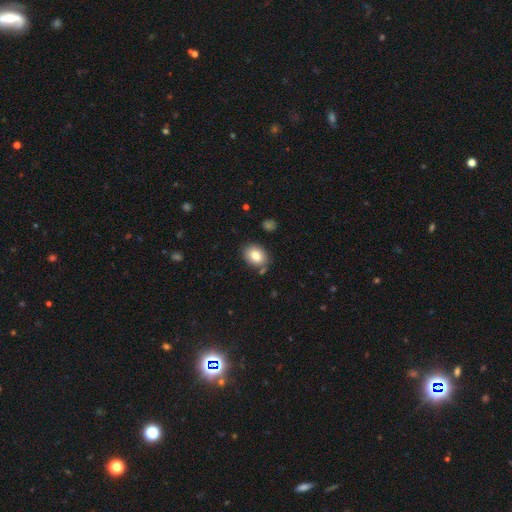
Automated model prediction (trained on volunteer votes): smooth 81%, featured or disk 10%, star or artifact 8%. Down the decision tree: how rounded — in between (63%); merging — none (80%).